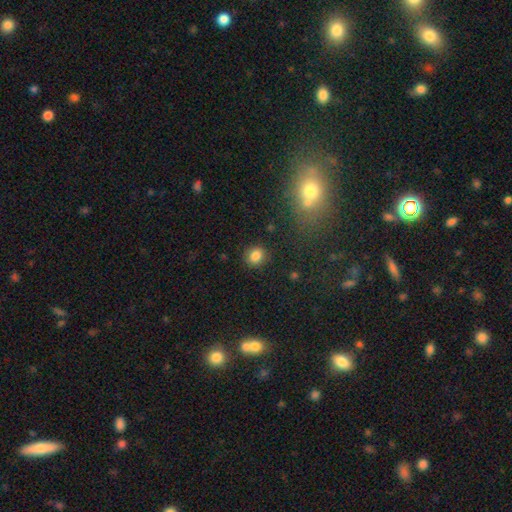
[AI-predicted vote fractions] smooth_or_featured: smooth (p=0.84) [alt: star or artifact p=0.11]
how_rounded: round (p=0.72) [alt: in between p=0.26]
merging: none (p=0.86) [alt: minor disturbance p=0.09]